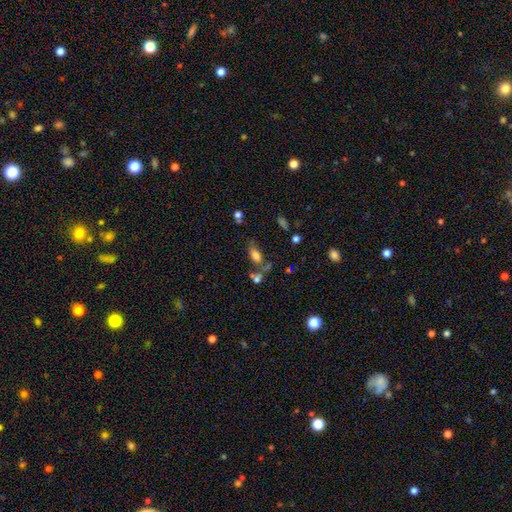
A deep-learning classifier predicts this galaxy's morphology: Smooth or featured? smooth (74%)
How rounded? in between (87%)
Merging? none (50%)